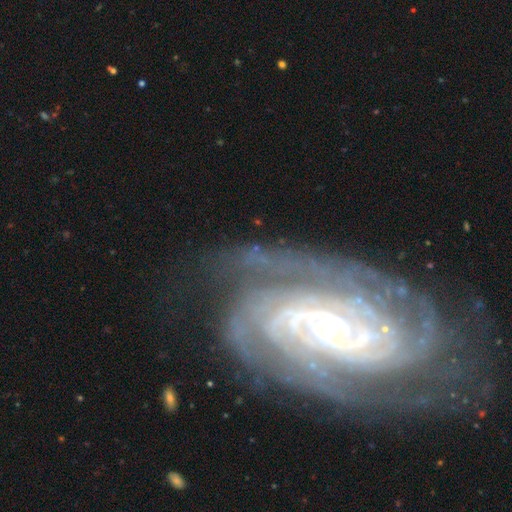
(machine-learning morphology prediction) Smooth or featured: featured or disk — 89% (star or artifact — 7%)
Edge-on disk: no — 96% (yes — 4%)
Bar: no — 63% (weak — 22%)
Spiral arms: yes — 98% (no — 2%)
Spiral winding: tight — 79% (medium — 18%)
Spiral arm count: 2 — 23% (can't tell — 21%)
Bulge size: small — 82% (moderate — 13%)
Merging: none — 64% (minor disturbance — 19%)